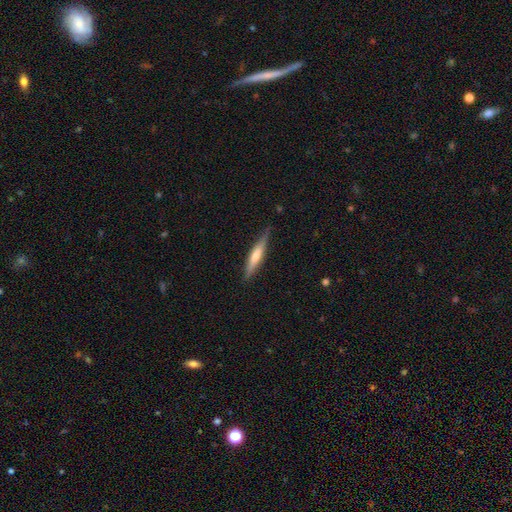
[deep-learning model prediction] The model was most divided on "smooth or featured": featured or disk: 49%, smooth: 45%, star or artifact: 6%. More confident: merging — none (84%).